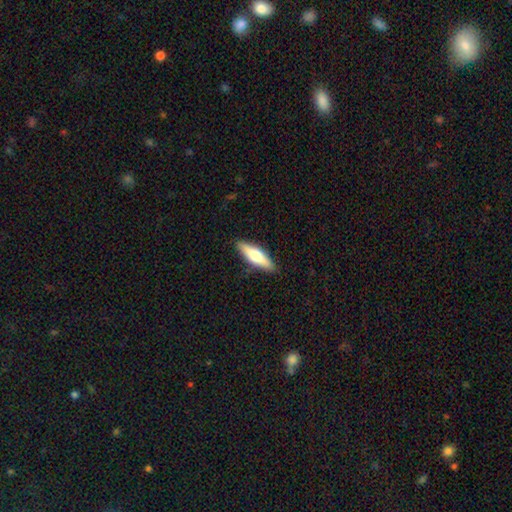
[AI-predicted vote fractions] Overall: smooth (55%; featured or disk 40%). How rounded: cigar-shaped (55%; in between 43%). Merging: none (88%).